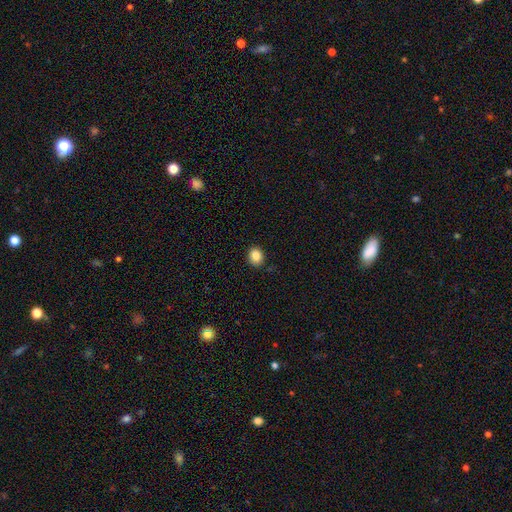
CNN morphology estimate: Smooth or featured: smooth — 85% (star or artifact — 10%)
How rounded: round — 61% (in between — 38%)
Merging: none — 89% (minor disturbance — 8%)